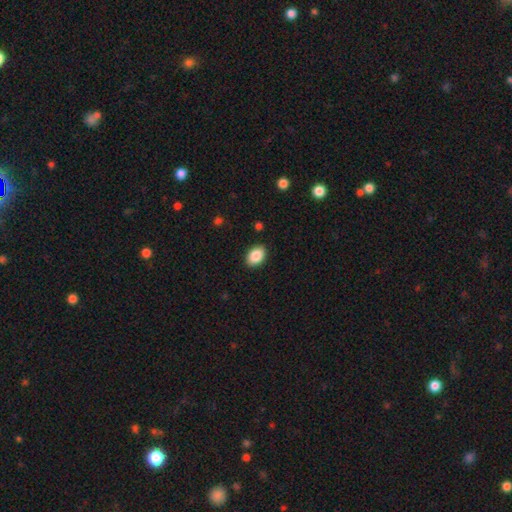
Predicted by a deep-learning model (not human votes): This is clearly a smooth galaxy (88%). How rounded: clearly in between (85%). Merging: clearly none (88%).